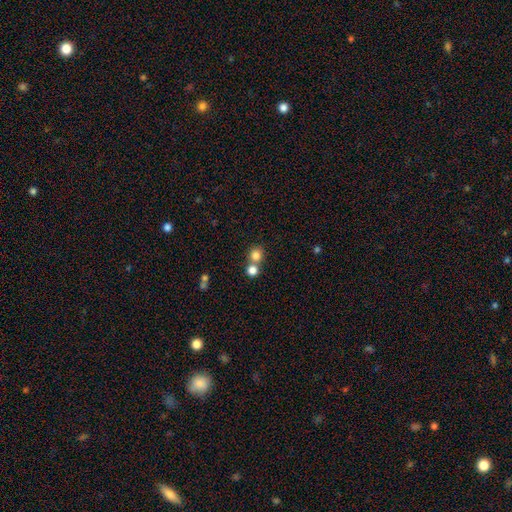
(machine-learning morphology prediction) Overall: smooth (80%). How rounded: round (88%). Merging: none (55%; merger 36%).